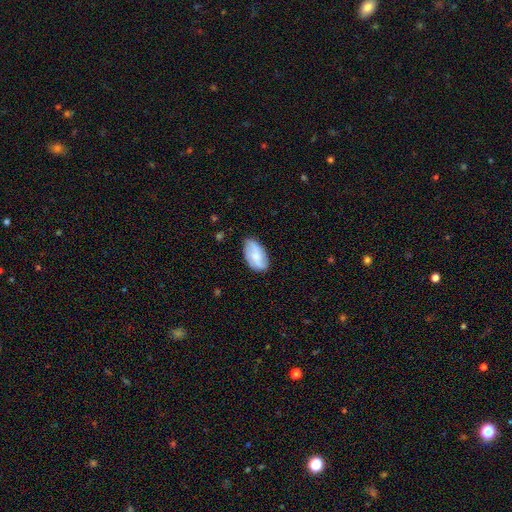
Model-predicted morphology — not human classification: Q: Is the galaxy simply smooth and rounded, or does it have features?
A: featured or disk — 48%.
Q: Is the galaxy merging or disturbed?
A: none — 74%.